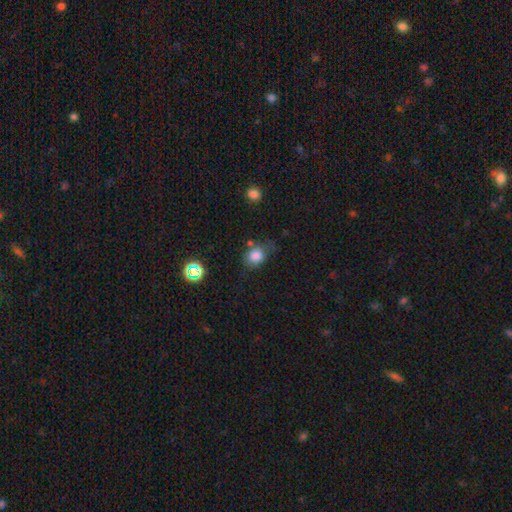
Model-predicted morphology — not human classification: smooth 80%, star or artifact 12%, featured or disk 8%. Down the decision tree: how rounded — round (60%); merging — none (60%).